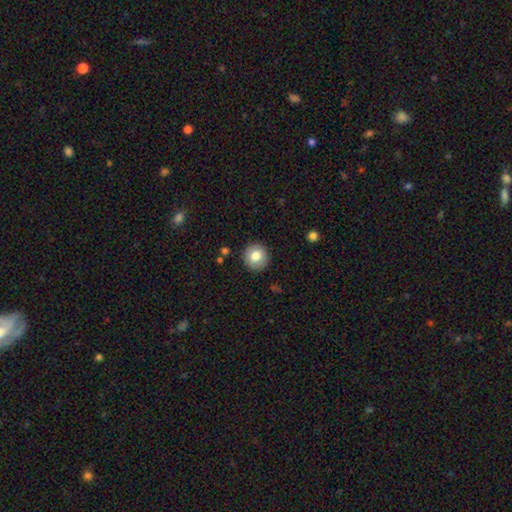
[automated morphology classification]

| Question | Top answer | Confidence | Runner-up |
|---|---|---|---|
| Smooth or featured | smooth | 80% | featured or disk (11%) |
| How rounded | round | 93% | in between (6%) |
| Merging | none | 90% | minor disturbance (6%) |